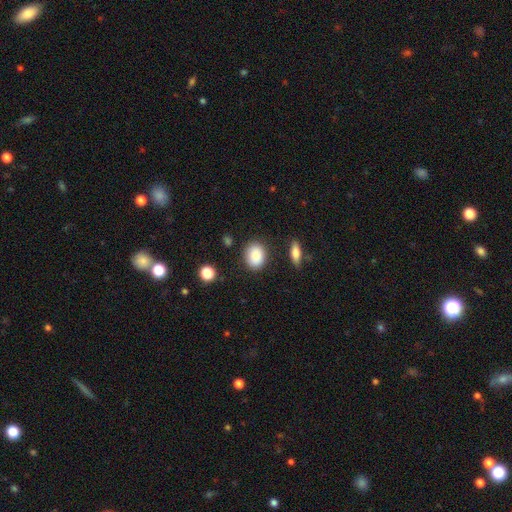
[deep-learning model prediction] Smooth or featured? smooth (86%)
How rounded? in between (60%)
Merging? none (83%)